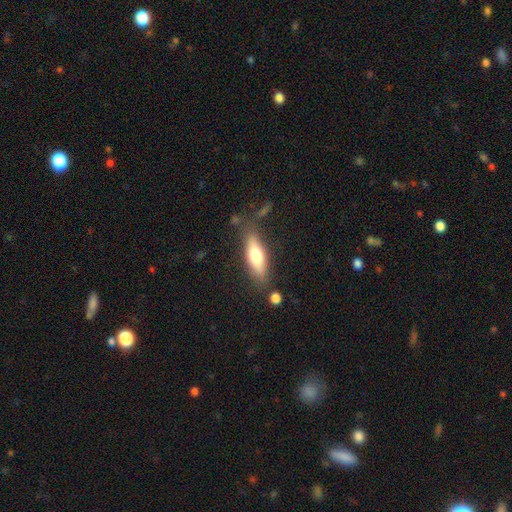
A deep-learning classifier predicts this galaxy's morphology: smooth 65%, featured or disk 29%, star or artifact 6%. Down the decision tree: how rounded — in between (52%); merging — none (73%).